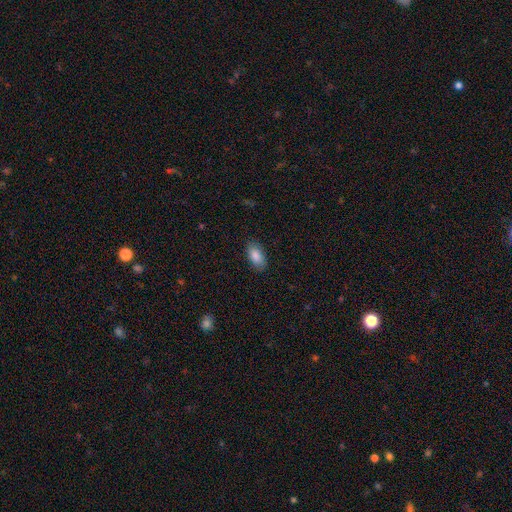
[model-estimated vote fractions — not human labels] Smooth or featured? Predicted: smooth (p=0.87). How rounded? Predicted: in between (p=0.93). Merging? Predicted: none (p=0.84).